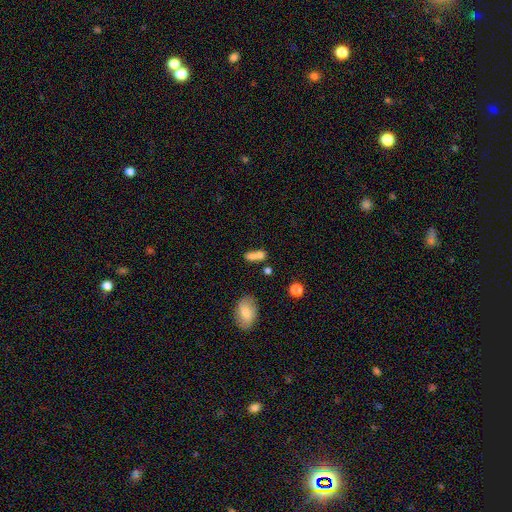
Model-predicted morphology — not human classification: Overall: smooth (73%). How rounded: in between (66%). Merging: merger (55%; none 29%).